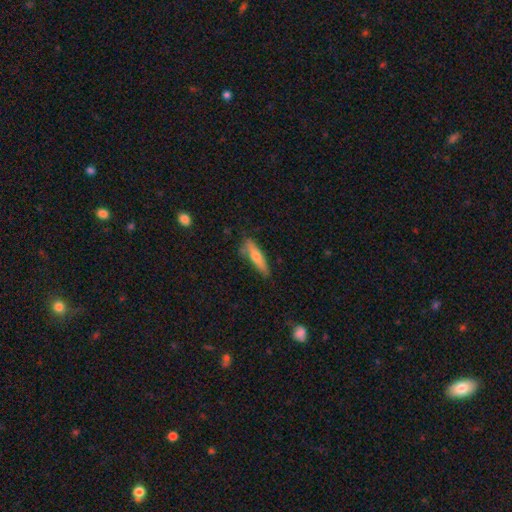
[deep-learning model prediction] Overall: smooth (61%; featured or disk 33%). How rounded: cigar-shaped (78%). Merging: none (72%).